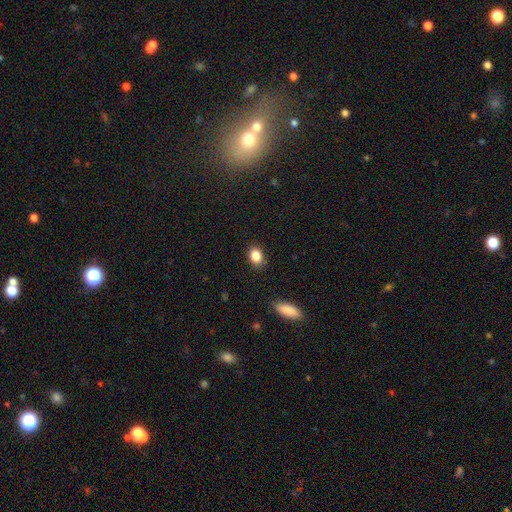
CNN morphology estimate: smooth 86%, star or artifact 9%, featured or disk 5%. Down the decision tree: how rounded — in between (74%); merging — none (86%).